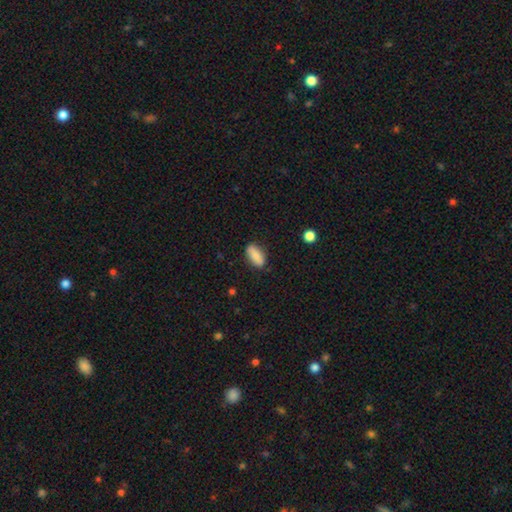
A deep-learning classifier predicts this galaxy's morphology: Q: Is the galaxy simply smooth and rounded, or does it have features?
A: smooth — 83%.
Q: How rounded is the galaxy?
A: in between — 85%.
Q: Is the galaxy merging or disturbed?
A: none — 84%.